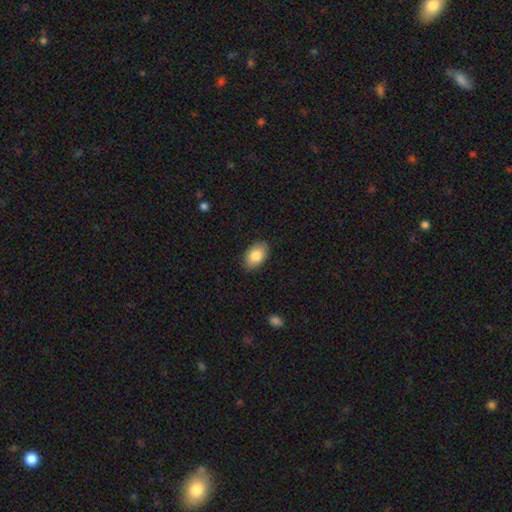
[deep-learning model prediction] smooth 84%, featured or disk 9%, star or artifact 7%. Down the decision tree: how rounded — in between (90%); merging — none (87%).